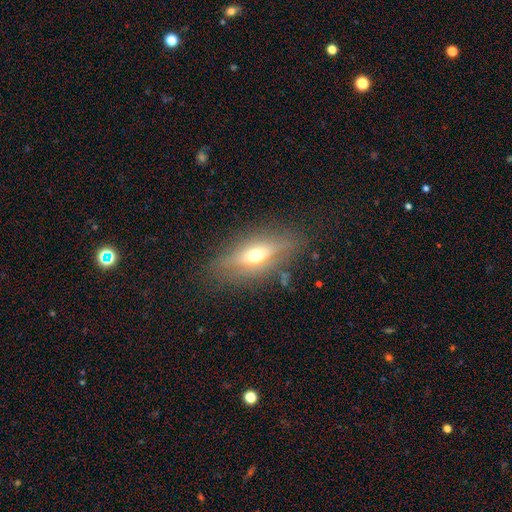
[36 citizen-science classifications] Morphology: type=featured or disk (56%); edge-on=yes (60%); edge-on bulge=rounded (100%); merging=none (83%).